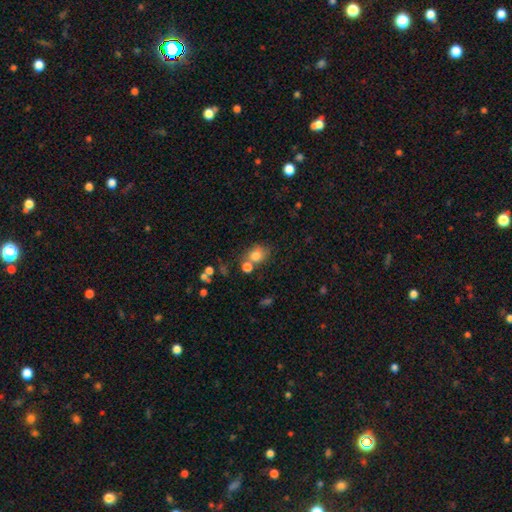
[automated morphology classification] Smooth or featured?
  - smooth: 79% *
  - star or artifact: 11%
  - featured or disk: 10%
How rounded?
  - round: 57% *
  - in between: 42%
  - cigar-shaped: 1%
Merging?
  - none: 51% *
  - merger: 28%
  - minor disturbance: 14%
  - major disturbance: 6%